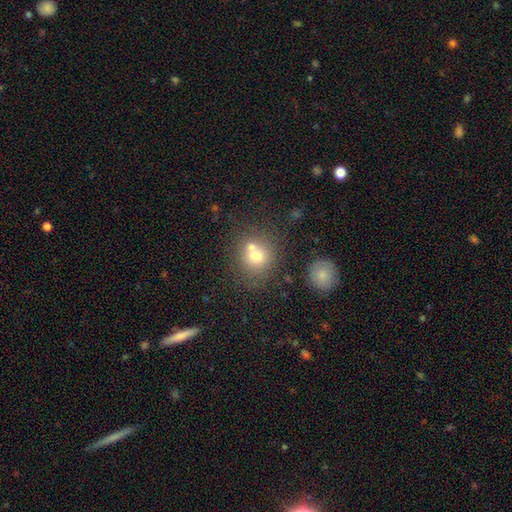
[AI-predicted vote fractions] Smooth or featured: smooth — 68% (featured or disk — 17%)
How rounded: round — 82% (in between — 17%)
Merging: none — 49% (merger — 39%)